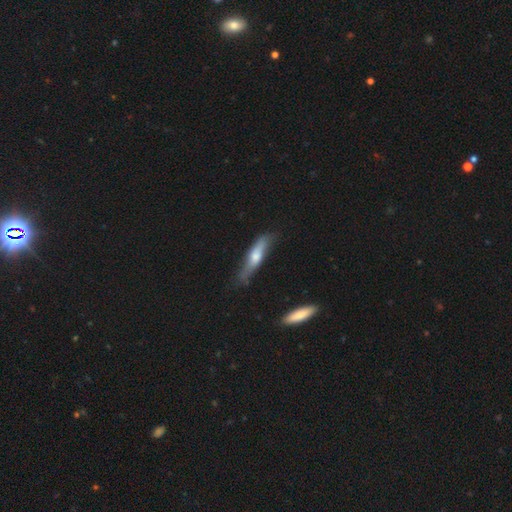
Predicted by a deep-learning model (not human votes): smooth-or-featured: smooth: 52% | featured or disk: 42% | star or artifact: 6%
  how-rounded: cigar-shaped: 76% | in between: 22% | round: 2%
  merging: none: 63% | minor disturbance: 27% | major disturbance: 7% | merger: 3%